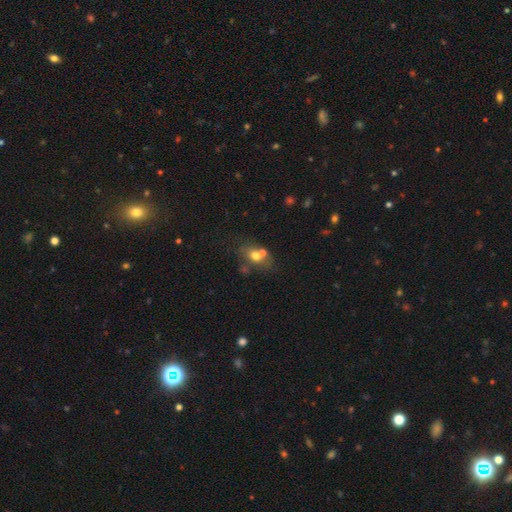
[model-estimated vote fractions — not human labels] smooth-or-featured: smooth: 63% | featured or disk: 24% | star or artifact: 14%
  how-rounded: in between: 60% | round: 37% | cigar-shaped: 3%
  merging: none: 42% | merger: 39% | minor disturbance: 12% | major disturbance: 6%